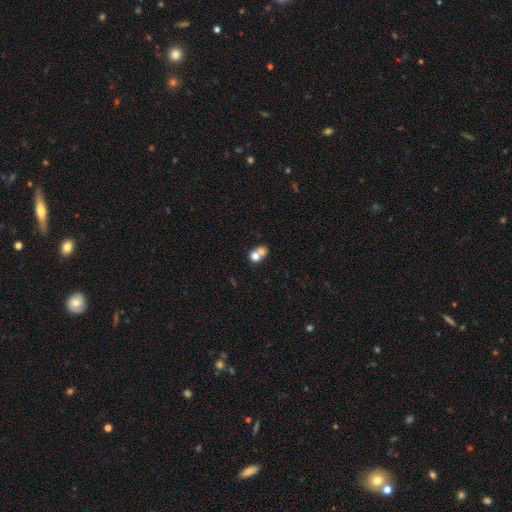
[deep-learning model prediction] Q: Smooth or featured?
A: smooth (71%); runner-up: featured or disk (17%)
Q: How rounded?
A: round (71%); runner-up: in between (28%)
Q: Merging?
A: merger (64%); runner-up: none (27%)